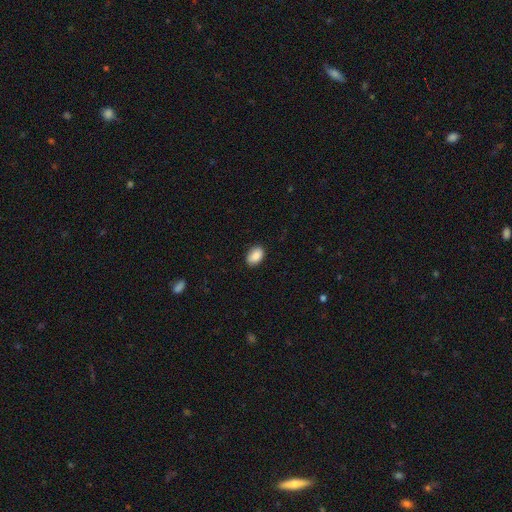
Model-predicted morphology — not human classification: A smooth galaxy with no disk features (89%) that is in between round and cigar-shaped (86%).

Vote fractions:
- Smooth or featured? smooth: 89% / star or artifact: 7% / featured or disk: 4%
- How rounded? in between: 86% / round: 13% / cigar-shaped: 1%
- Merging? none: 85% / minor disturbance: 12% / major disturbance: 2% / merger: 1%